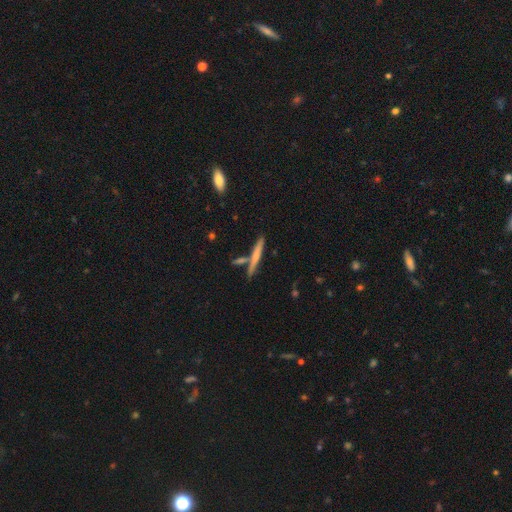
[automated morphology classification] Smooth or featured? smooth (54%)
How rounded? cigar-shaped (94%)
Merging? none (73%)